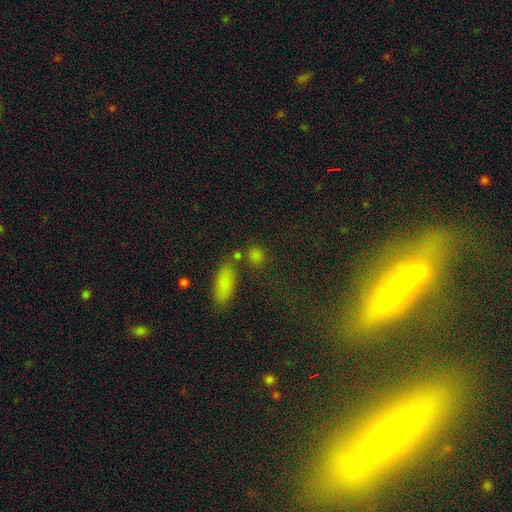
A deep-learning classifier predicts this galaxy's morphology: Overall: smooth (76%). How rounded: round (57%; in between 36%). Merging: none (68%).